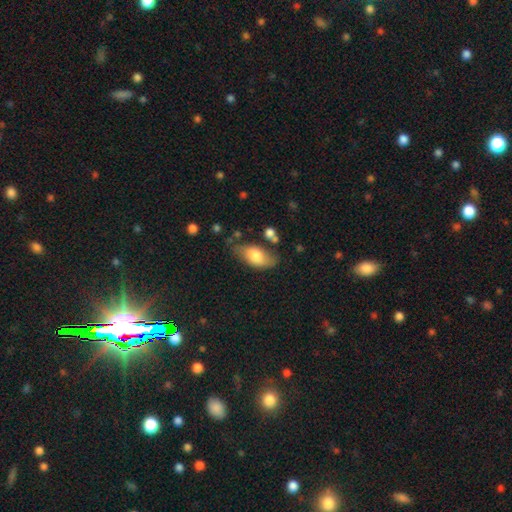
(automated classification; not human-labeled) Smooth or featured? Predicted: smooth (p=0.73). How rounded? Predicted: in between (p=0.90). Merging? Predicted: none (p=0.61).